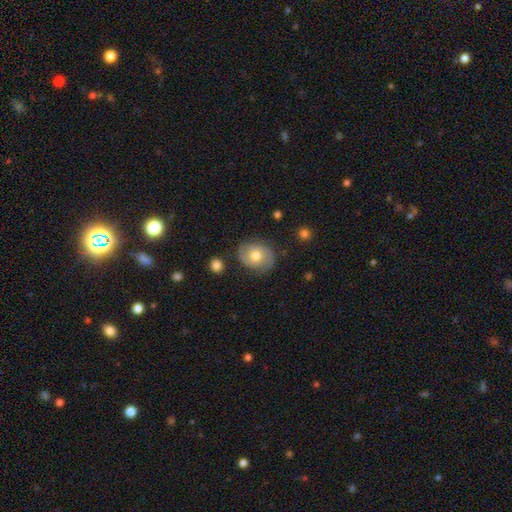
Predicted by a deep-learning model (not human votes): Morphology: type=featured or disk (54%); edge-on=no (97%); bar=no (77%); spiral arms=yes (79%); bulge=moderate (78%); merging=none (77%).